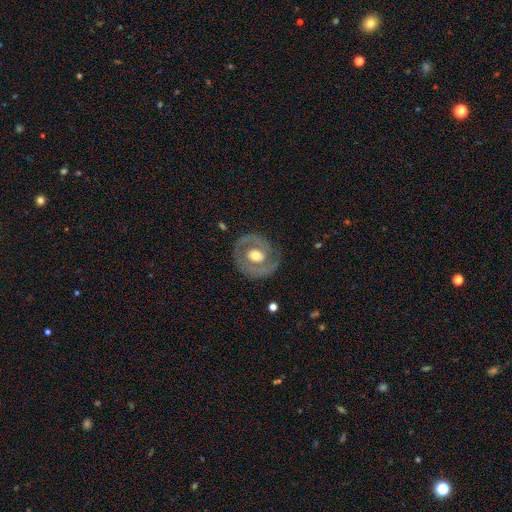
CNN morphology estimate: A featured or disk galaxy (69%) with no bar (68%), spiral arms (53%) and a moderate central bulge (65%).

Vote fractions:
- Smooth or featured? featured or disk: 69% / smooth: 26% / star or artifact: 5%
- Edge-on disk? no: 96% / yes: 4%
- Bar? no: 68% / weak: 24% / strong: 8%
- Spiral arms? yes: 53% / no: 47%
- Bulge size? moderate: 65% / large: 22% / small: 10% / dominant: 2% / none: 1%
- Merging? none: 79% / minor disturbance: 13% / major disturbance: 7% / merger: 1%